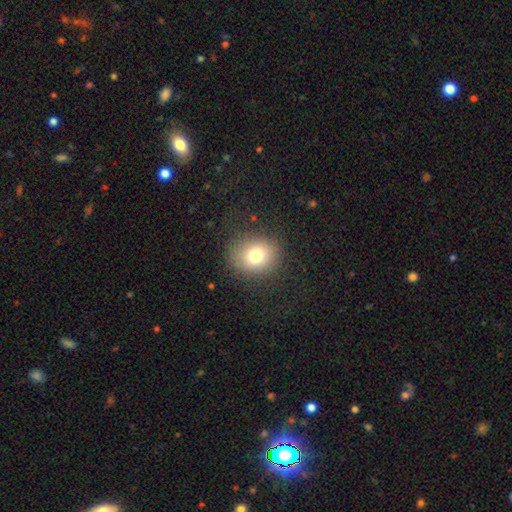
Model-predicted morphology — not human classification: Q: Smooth or featured?
A: smooth (75%); runner-up: star or artifact (13%)
Q: How rounded?
A: round (78%); runner-up: in between (21%)
Q: Merging?
A: none (82%); runner-up: minor disturbance (11%)